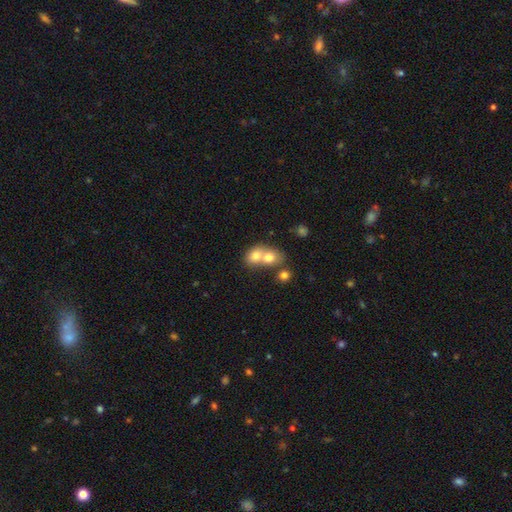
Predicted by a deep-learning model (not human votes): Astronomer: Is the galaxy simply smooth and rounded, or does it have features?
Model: smooth — 72%.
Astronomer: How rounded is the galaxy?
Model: round — 55% (runner-up: in between, 44%).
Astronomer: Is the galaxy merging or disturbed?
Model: merger — 71%.